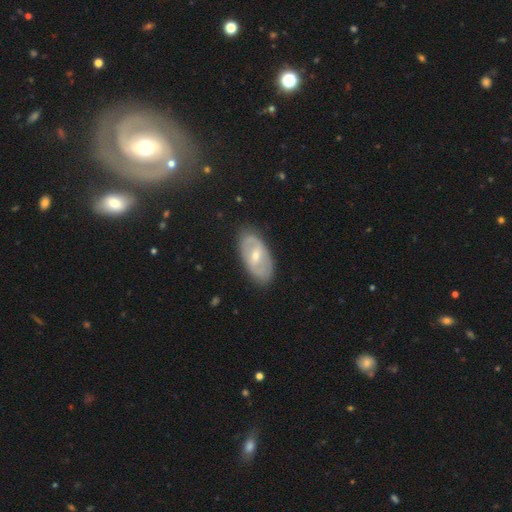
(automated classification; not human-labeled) The model was most divided on "bulge size": moderate: 50%, small: 46%, large: 2%, none: 1%, dominant: 1%. Remaining: edge-on disk — no (91%); merging — none (84%); smooth or featured — featured or disk (62%); spiral arms — no (58%); bar — weak (46%).